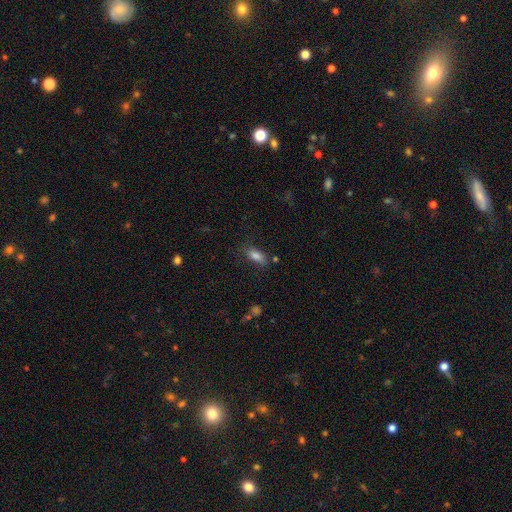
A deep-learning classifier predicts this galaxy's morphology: Smooth or featured? Predicted: smooth (p=0.82). How rounded? Predicted: in between (p=0.80). Merging? Predicted: none (p=0.71).